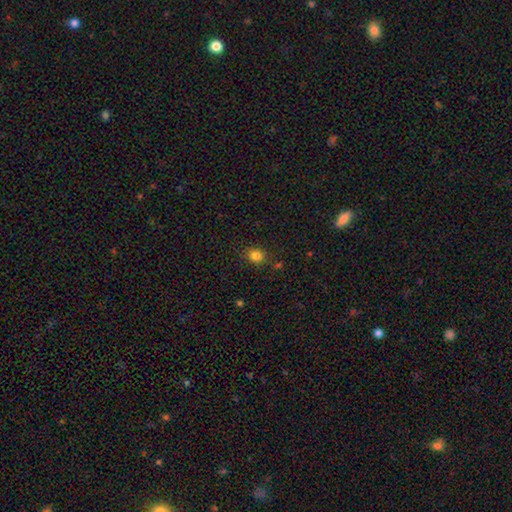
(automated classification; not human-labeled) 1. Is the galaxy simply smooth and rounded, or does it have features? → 82% smooth, 13% star or artifact, 5% featured or disk.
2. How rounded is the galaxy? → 66% round, 33% in between, 1% cigar-shaped.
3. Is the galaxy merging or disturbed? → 84% none, 11% minor disturbance, 3% major disturbance, 3% merger.